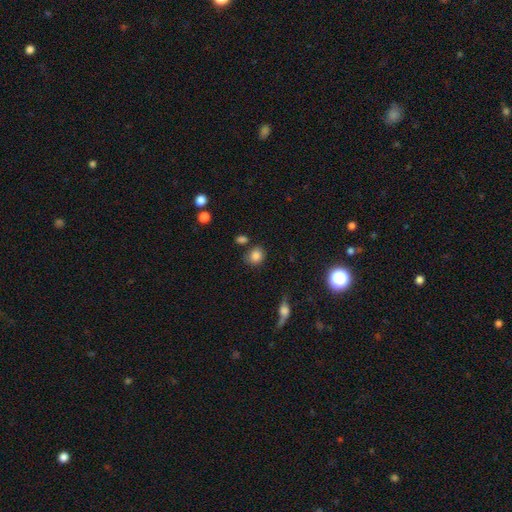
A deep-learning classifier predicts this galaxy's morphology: This appears to be a smooth galaxy with no disk features (84%) that is round (68%). Merging: none (72%).